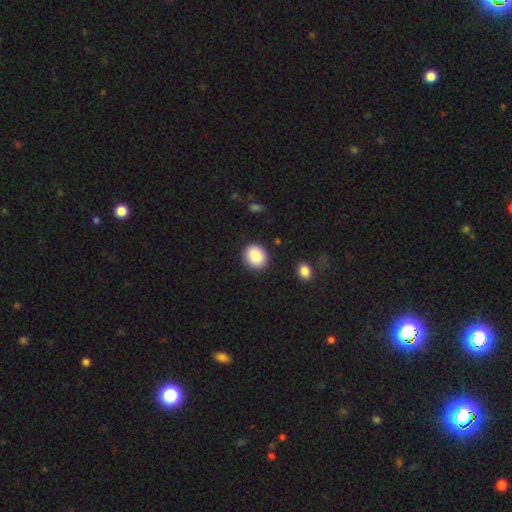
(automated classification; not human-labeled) Overall: smooth (87%). How rounded: round (72%). Merging: none (89%).